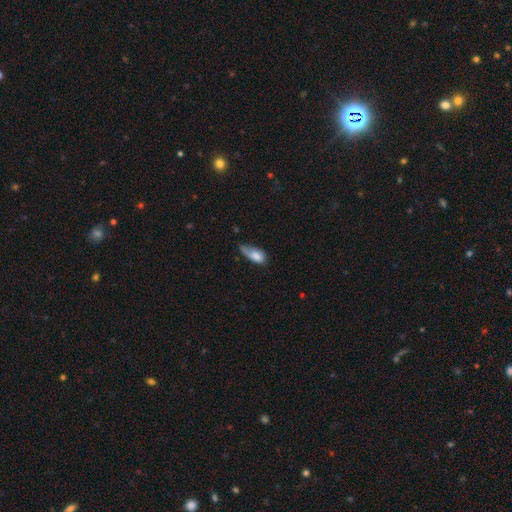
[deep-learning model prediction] Overall: smooth (74%). How rounded: in between (84%). Merging: minor disturbance (40%; none 32%).